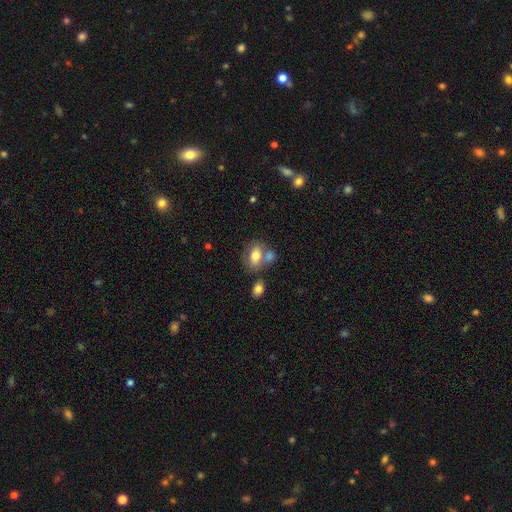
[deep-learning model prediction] Morphology: type=smooth (73%); roundness=in between (82%); merging=none (48%).